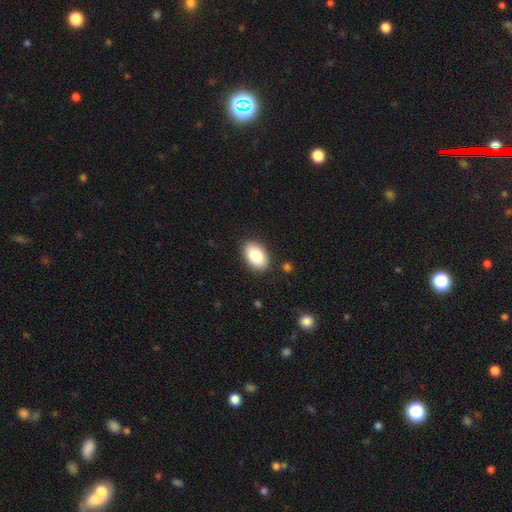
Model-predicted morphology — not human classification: smooth_or_featured: smooth (p=0.83) [alt: featured or disk p=0.10]
how_rounded: in between (p=0.91) [alt: round p=0.08]
merging: none (p=0.88) [alt: minor disturbance p=0.09]